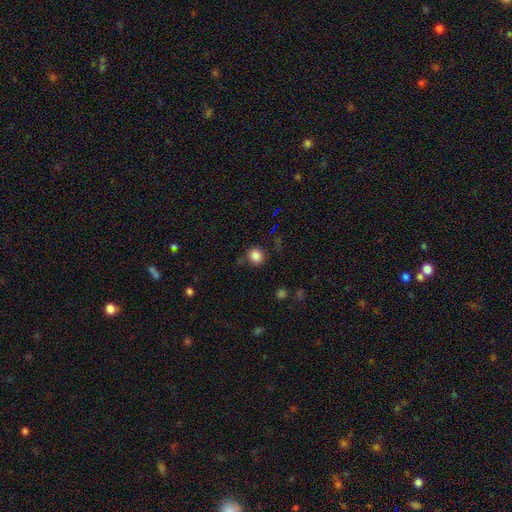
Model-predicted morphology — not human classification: smooth 83%, star or artifact 12%, featured or disk 6%. Down the decision tree: how rounded — round (87%); merging — none (78%).